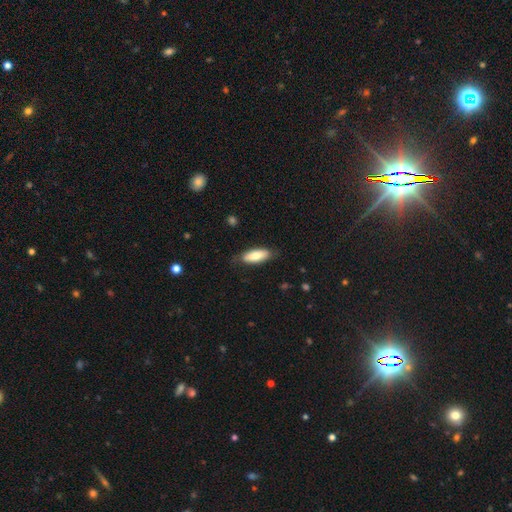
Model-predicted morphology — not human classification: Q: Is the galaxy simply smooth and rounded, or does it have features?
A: smooth — 79%.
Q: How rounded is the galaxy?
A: in between — 71%.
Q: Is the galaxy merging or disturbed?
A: none — 79%.